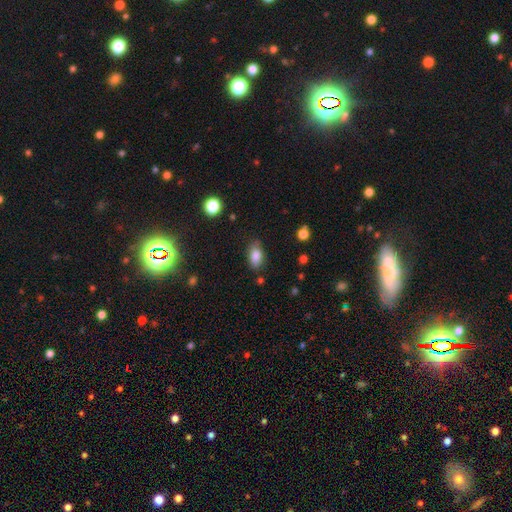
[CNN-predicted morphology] Smooth or featured: smooth — 83% (featured or disk — 8%)
How rounded: in between — 90% (round — 6%)
Merging: none — 78% (minor disturbance — 17%)